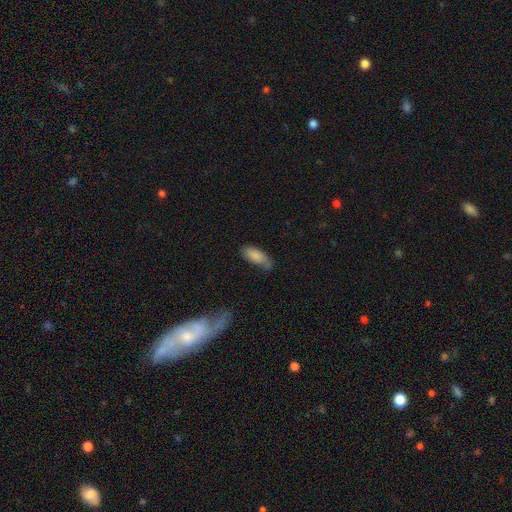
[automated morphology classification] A smooth galaxy with no disk features (82%) that is in between round and cigar-shaped (83%).

Vote fractions:
- Smooth or featured? smooth: 82% / featured or disk: 12% / star or artifact: 7%
- How rounded? in between: 83% / cigar-shaped: 15% / round: 2%
- Merging? none: 54% / minor disturbance: 33% / major disturbance: 10% / merger: 3%